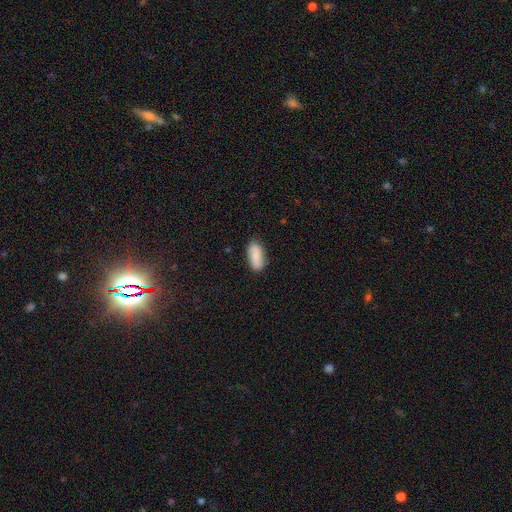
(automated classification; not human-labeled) This is clearly a smooth galaxy (86%). How rounded: clearly in between (85%). Merging: clearly none (82%).